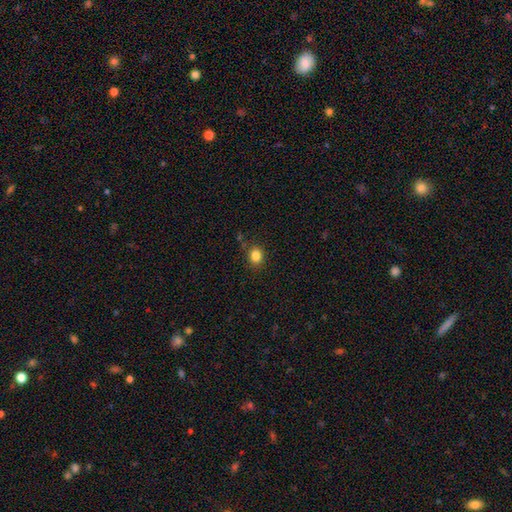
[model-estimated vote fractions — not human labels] Smooth or featured? smooth (84%)
How rounded? round (60%)
Merging? none (84%)